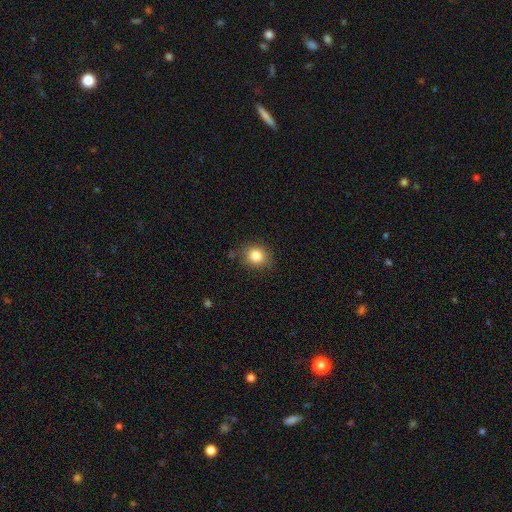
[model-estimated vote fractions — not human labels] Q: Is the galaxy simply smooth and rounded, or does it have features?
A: smooth — 84%.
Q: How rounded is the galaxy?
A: round — 75%.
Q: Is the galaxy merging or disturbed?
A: none — 81%.